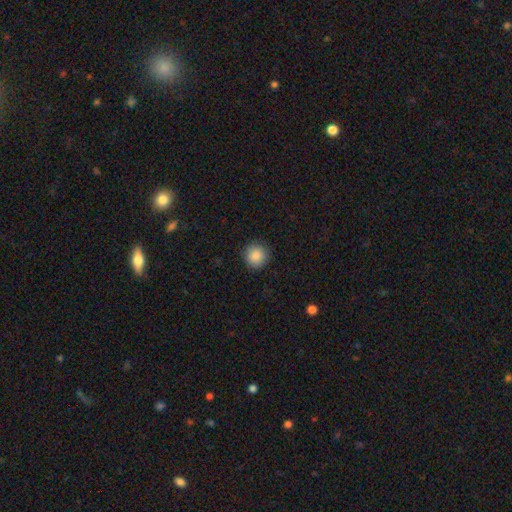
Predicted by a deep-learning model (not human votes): A smooth galaxy with no disk features (86%) that is round (94%). Merging: none (90%).